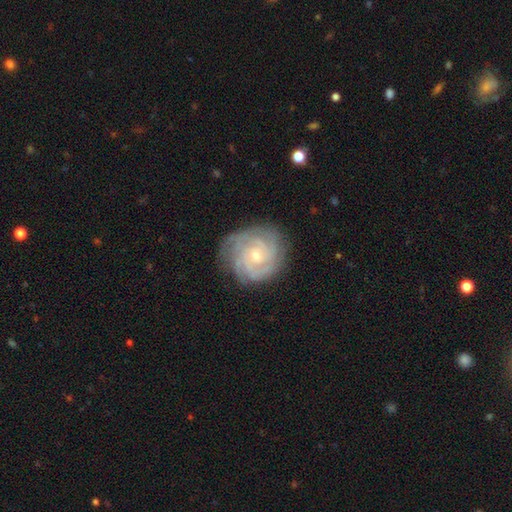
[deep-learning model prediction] smooth-or-featured: featured or disk: 84% | smooth: 10% | star or artifact: 6%
  disk-edge-on: no: 98% | yes: 2%
    bar: no: 69% | weak: 27% | strong: 5%
    has-spiral-arms: yes: 97% | no: 3%
      spiral-winding: tight: 76% | medium: 21% | loose: 3%
      spiral-arm-count: can't tell: 27% | 3: 25% | 4: 22% | 2: 13% | more than 4: 7% | 1: 6%
    bulge-size: small: 66% | moderate: 31% | none: 2% | large: 1% | dominant: 1%
  merging: none: 79% | minor disturbance: 15% | major disturbance: 5% | merger: 1%